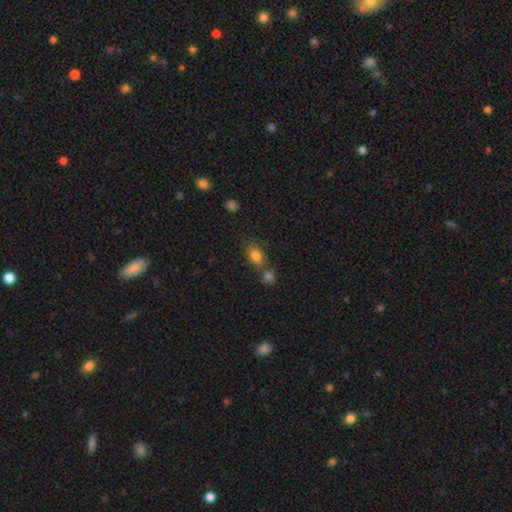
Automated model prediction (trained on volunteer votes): Smooth or featured: smooth — 81% (star or artifact — 11%)
How rounded: in between — 75% (round — 23%)
Merging: none — 51% (merger — 34%)